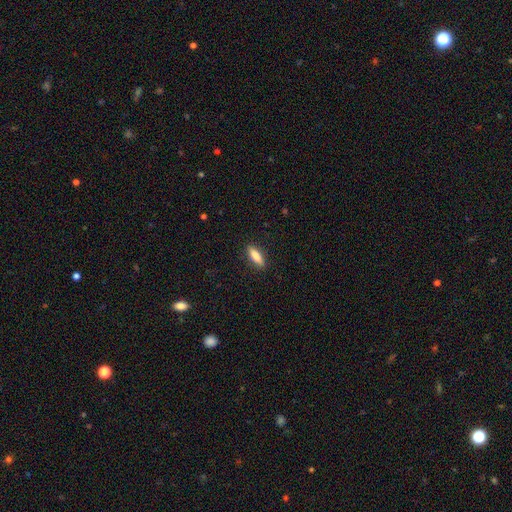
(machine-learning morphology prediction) smooth 76%, featured or disk 18%, star or artifact 6%. Down the decision tree: how rounded — cigar-shaped (51%); merging — none (89%).